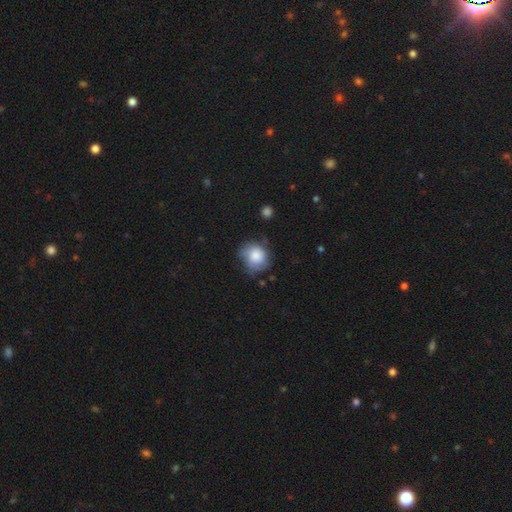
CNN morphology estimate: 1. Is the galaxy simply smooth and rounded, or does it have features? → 78% smooth, 14% featured or disk, 8% star or artifact.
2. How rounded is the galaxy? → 77% round, 23% in between, 1% cigar-shaped.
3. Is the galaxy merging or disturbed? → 52% none, 32% minor disturbance, 12% major disturbance, 3% merger.